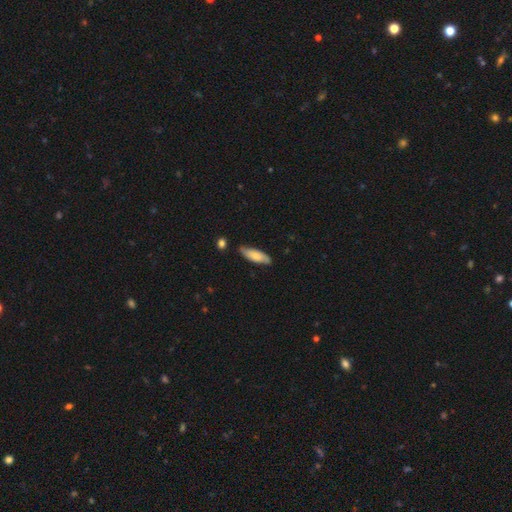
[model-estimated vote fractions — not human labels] This is likely a smooth galaxy (69%). How rounded: possibly in between (56%). Merging: likely none (77%).